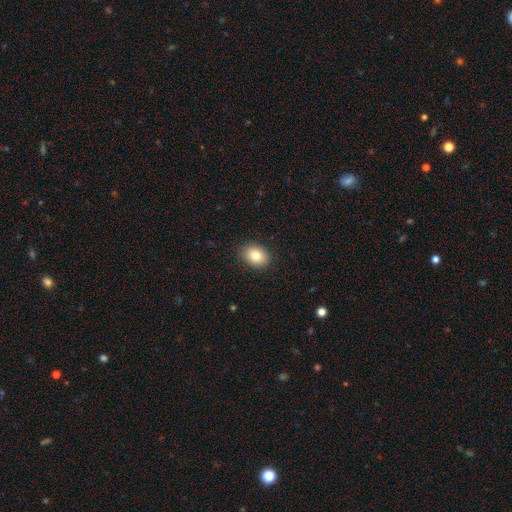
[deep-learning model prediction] The model was most divided on "how rounded": in between: 63%, round: 36%, cigar-shaped: 1%. More confident: merging — none (89%); smooth or featured — smooth (82%).